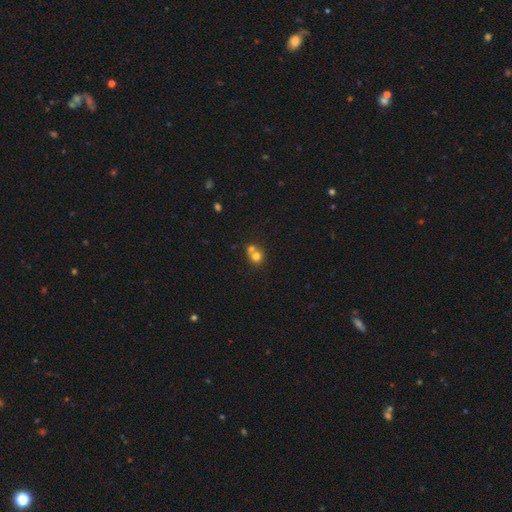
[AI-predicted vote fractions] smooth-or-featured: smooth: 74% | featured or disk: 14% | star or artifact: 12%
  how-rounded: round: 79% | in between: 21% | cigar-shaped: 1%
  merging: merger: 54% | none: 37% | minor disturbance: 6% | major disturbance: 3%